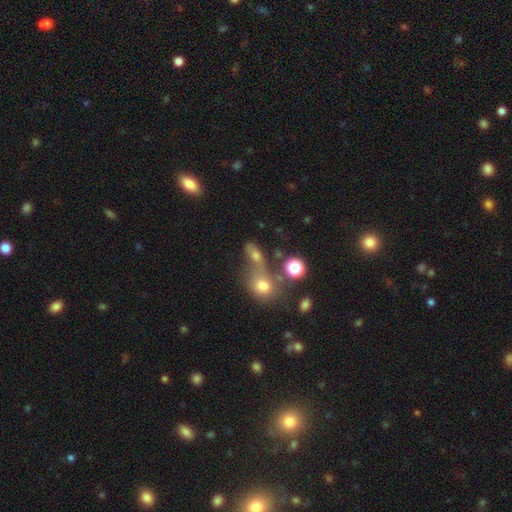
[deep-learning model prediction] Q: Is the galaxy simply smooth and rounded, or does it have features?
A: smooth — 64%.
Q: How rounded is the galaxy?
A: in between — 55%.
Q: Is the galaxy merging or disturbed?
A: merger — 52%.